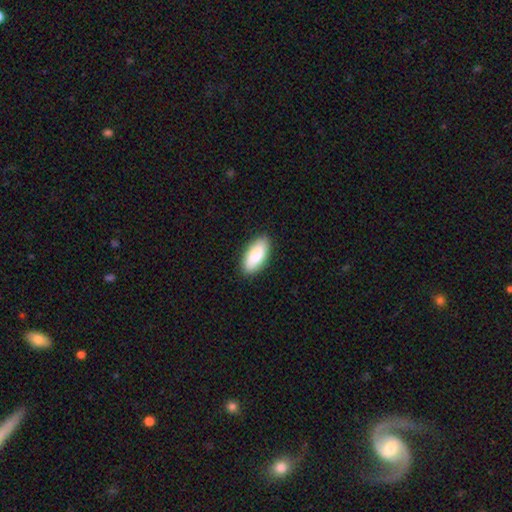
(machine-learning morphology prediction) smooth 84%, featured or disk 10%, star or artifact 6%. Down the decision tree: how rounded — in between (90%); merging — none (89%).